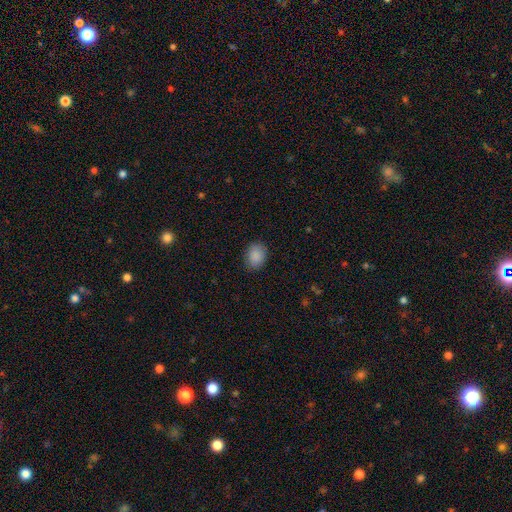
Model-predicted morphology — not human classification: A smooth galaxy with no disk features (89%) that is in between round and cigar-shaped (60%).

Vote fractions:
- Smooth or featured? smooth: 89% / star or artifact: 8% / featured or disk: 4%
- How rounded? in between: 60% / round: 39% / cigar-shaped: 1%
- Merging? none: 85% / minor disturbance: 11% / major disturbance: 3% / merger: 1%